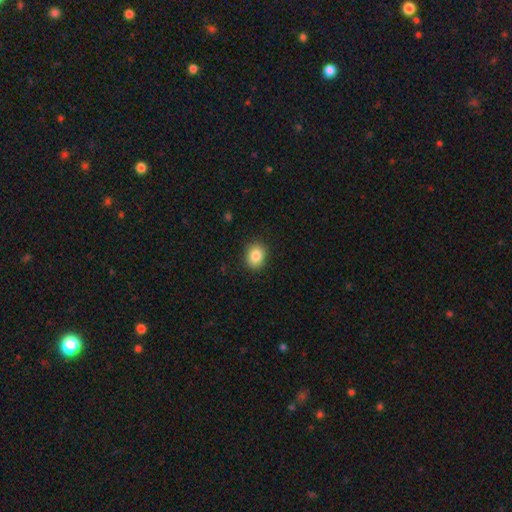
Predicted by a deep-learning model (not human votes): This appears to be a smooth galaxy with no disk features (86%) that is round (53%). Merging: none (89%).